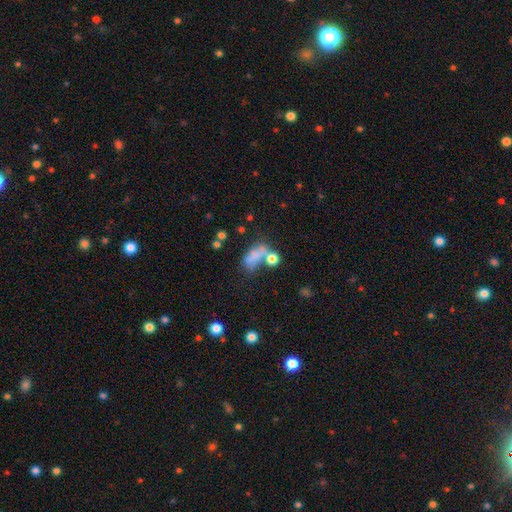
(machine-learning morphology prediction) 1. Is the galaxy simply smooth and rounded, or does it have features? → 63% smooth, 22% featured or disk, 15% star or artifact.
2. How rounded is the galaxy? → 78% in between, 15% round, 6% cigar-shaped.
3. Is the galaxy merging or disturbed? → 39% merger, 24% none, 21% major disturbance, 16% minor disturbance.